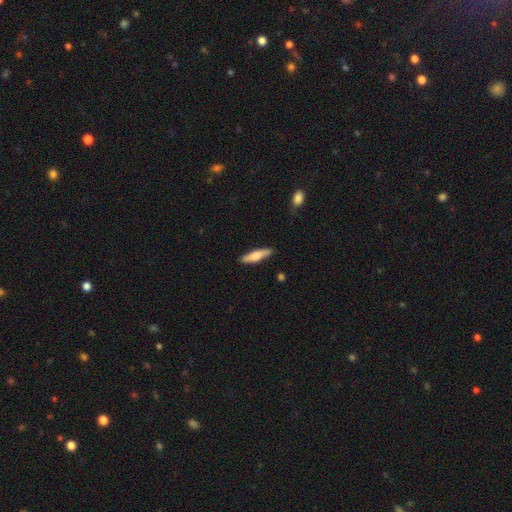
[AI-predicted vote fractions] Smooth or featured: smooth — 62% (featured or disk — 33%)
How rounded: cigar-shaped — 76% (in between — 22%)
Merging: none — 83% (minor disturbance — 13%)